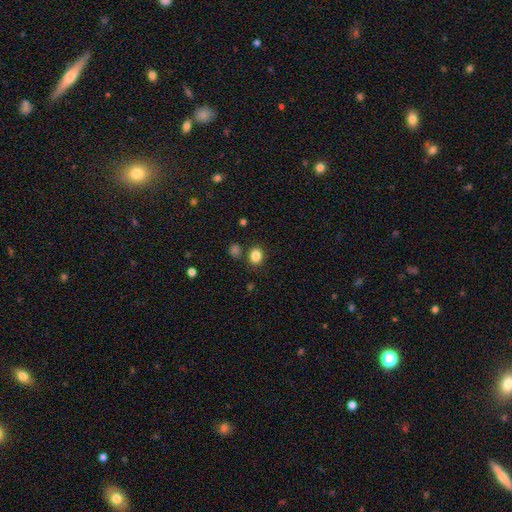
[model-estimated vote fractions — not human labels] Smooth or featured: smooth — 84% (star or artifact — 11%)
How rounded: round — 58% (in between — 41%)
Merging: none — 81% (minor disturbance — 10%)